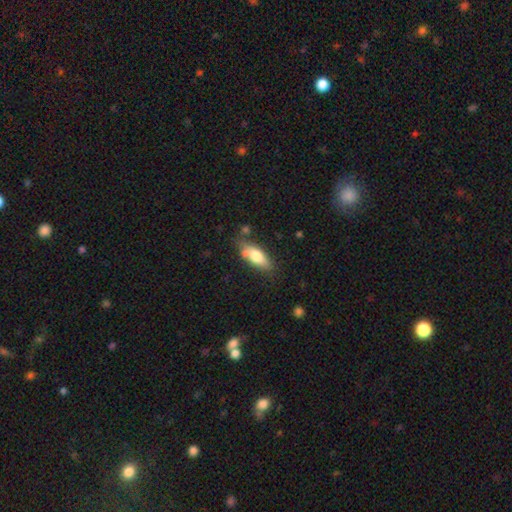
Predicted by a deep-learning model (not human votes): smooth 74%, featured or disk 19%, star or artifact 7%. Down the decision tree: how rounded — in between (73%); merging — none (64%).